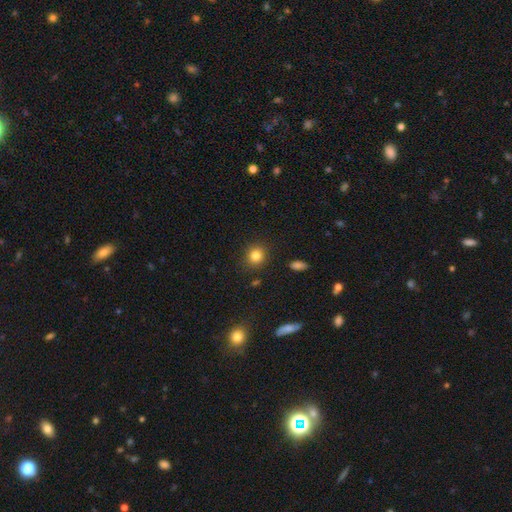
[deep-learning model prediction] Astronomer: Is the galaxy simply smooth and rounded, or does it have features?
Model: smooth — 83%.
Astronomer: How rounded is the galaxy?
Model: round — 85%.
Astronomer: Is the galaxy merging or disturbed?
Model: none — 89%.